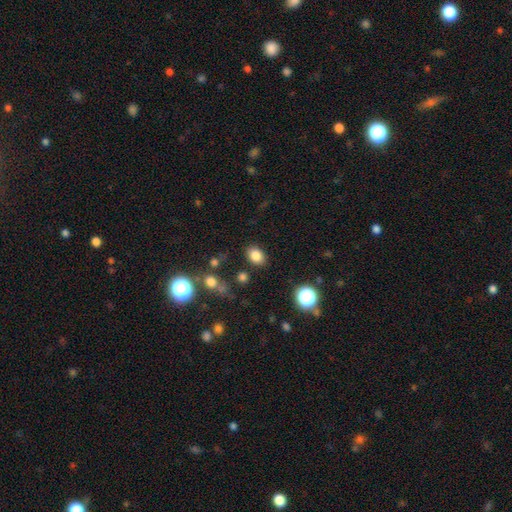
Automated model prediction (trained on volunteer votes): The model was most divided on "how rounded": in between: 66%, round: 33%, cigar-shaped: 1%. More confident: merging — none (84%); smooth or featured — smooth (82%).